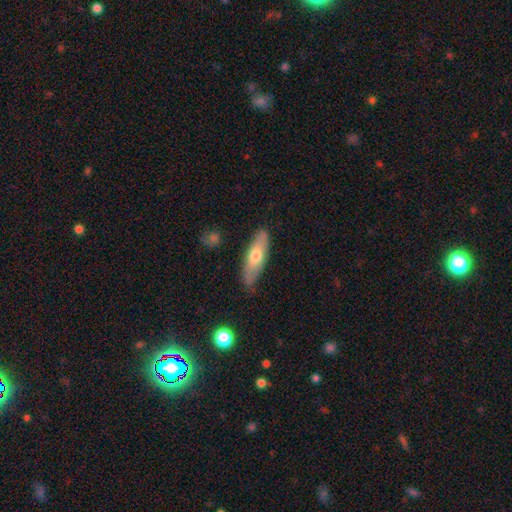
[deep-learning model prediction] Smooth or featured?
  - smooth: 60% *
  - featured or disk: 35%
  - star or artifact: 5%
How rounded?
  - cigar-shaped: 49% *
  - in between: 48%
  - round: 2%
Merging?
  - none: 80% *
  - minor disturbance: 16%
  - major disturbance: 3%
  - merger: 2%